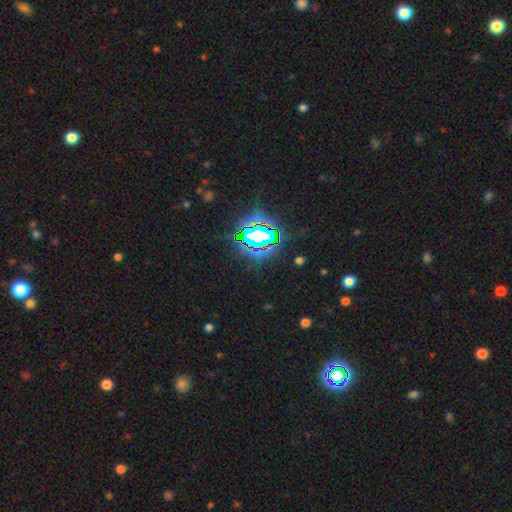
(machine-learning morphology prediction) smooth_or_featured: star or artifact (p=0.83) [alt: smooth p=0.11]